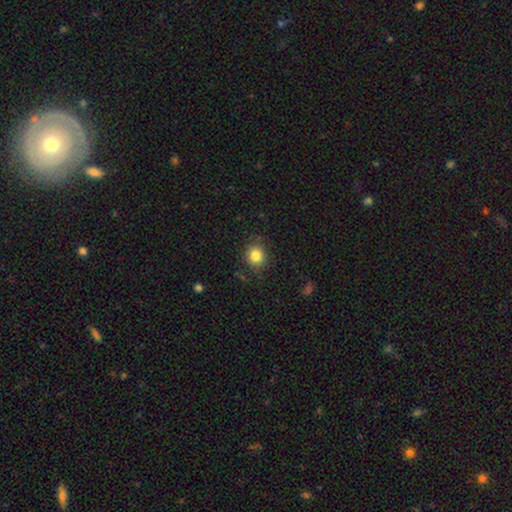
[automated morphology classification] This appears to be a smooth galaxy with no disk features (84%) that is round (84%). Merging: none (85%).